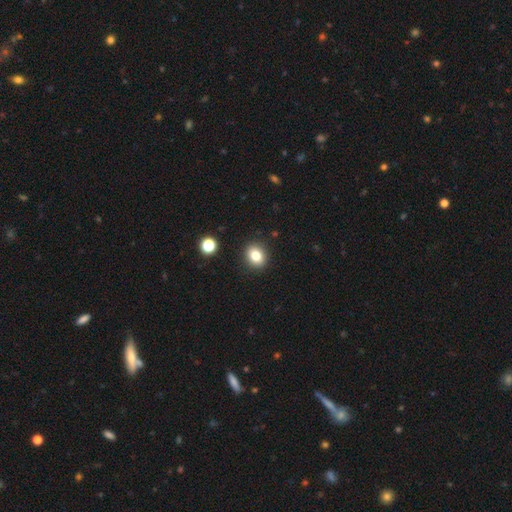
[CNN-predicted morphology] This appears to be a smooth galaxy with no disk features (80%) that is round (59%). Merging: none (90%).